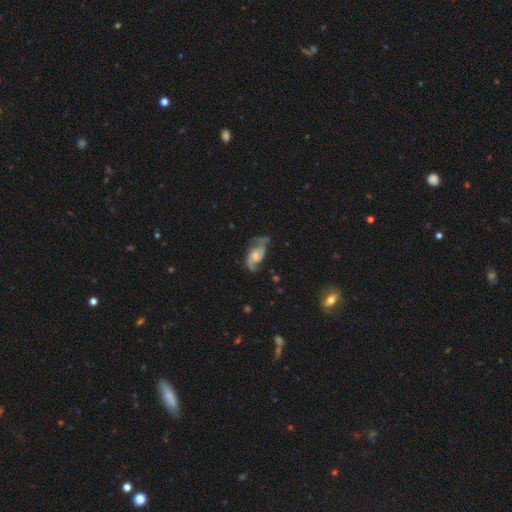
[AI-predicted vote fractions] Smooth or featured? Predicted: featured or disk (p=0.80). Edge-on disk? Predicted: no (p=0.95). Bar? Predicted: no (p=0.53). Spiral arms? Predicted: yes (p=0.94). Spiral winding? Predicted: medium (p=0.49). Spiral arm count? Predicted: 2 (p=0.86). Bulge size? Predicted: moderate (p=0.39). Merging? Predicted: none (p=0.59).